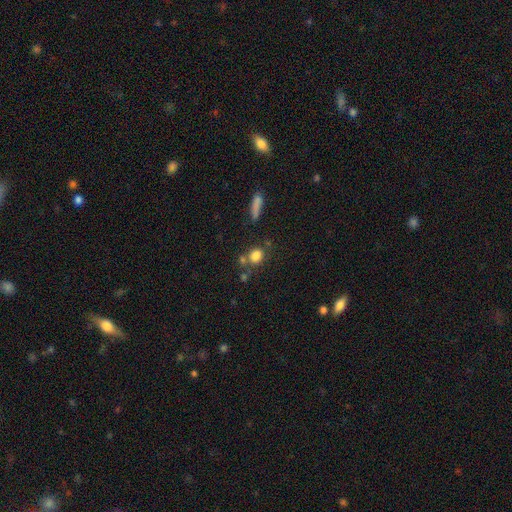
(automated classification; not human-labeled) Smooth or featured? smooth (81%)
How rounded? round (66%)
Merging? none (63%)